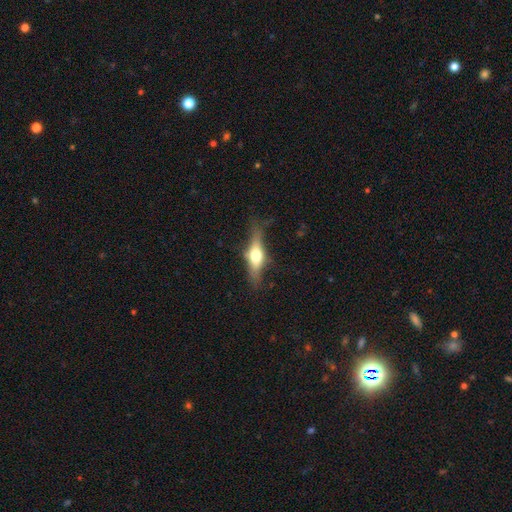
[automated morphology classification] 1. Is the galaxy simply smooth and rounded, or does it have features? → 52% featured or disk, 41% smooth, 7% star or artifact.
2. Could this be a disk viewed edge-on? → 89% yes, 11% no.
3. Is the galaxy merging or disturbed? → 71% none, 19% minor disturbance, 7% major disturbance, 2% merger.